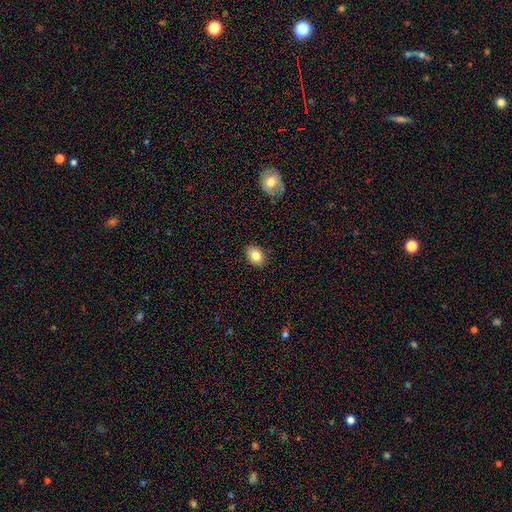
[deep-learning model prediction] Morphology: type=smooth (82%); roundness=in between (62%); merging=none (87%).